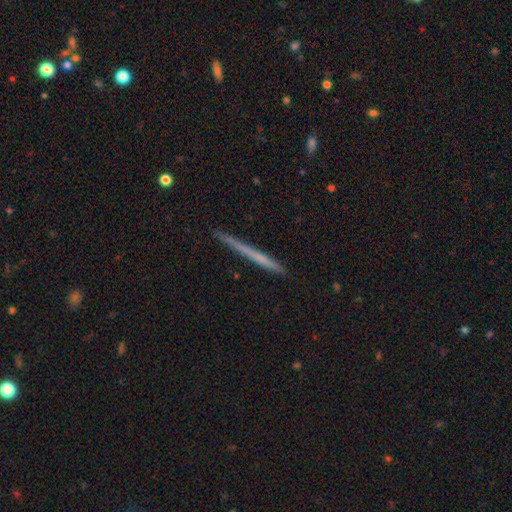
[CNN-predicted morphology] Smooth or featured? Predicted: smooth (p=0.47, tied with featured or disk). Merging? Predicted: none (p=0.88).